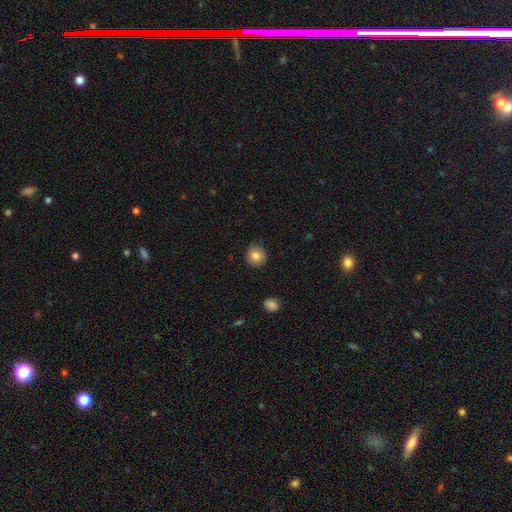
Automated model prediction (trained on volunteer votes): Smooth or featured: smooth — 82% (star or artifact — 9%)
How rounded: round — 88% (in between — 11%)
Merging: none — 85% (minor disturbance — 12%)